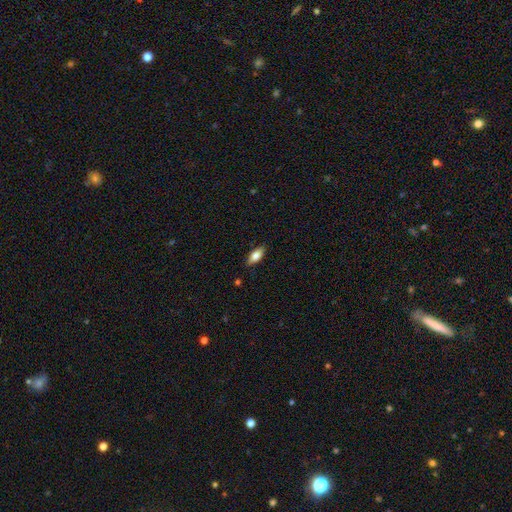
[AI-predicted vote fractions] Smooth or featured?
  - smooth: 74% *
  - featured or disk: 19%
  - star or artifact: 7%
How rounded?
  - in between: 83% *
  - cigar-shaped: 14%
  - round: 2%
Merging?
  - none: 86% *
  - minor disturbance: 11%
  - major disturbance: 2%
  - merger: 1%